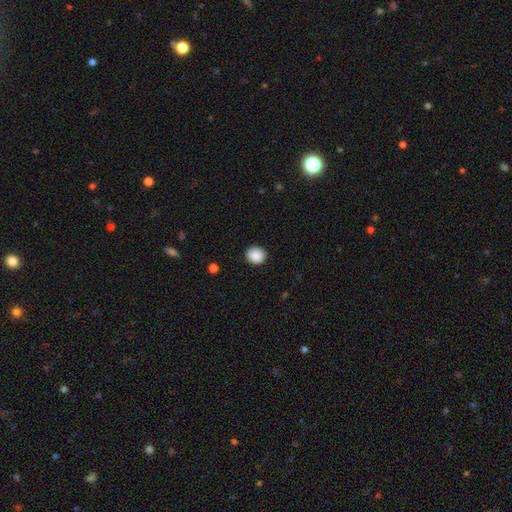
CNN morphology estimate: Smooth or featured? Predicted: smooth (p=0.89). How rounded? Predicted: round (p=0.79). Merging? Predicted: none (p=0.90).